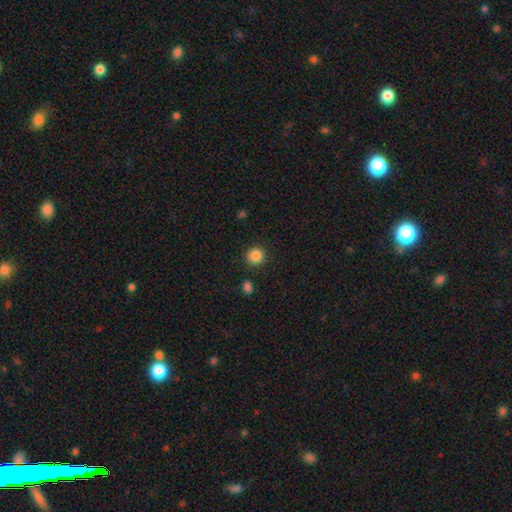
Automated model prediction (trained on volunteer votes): Smooth or featured? Predicted: smooth (p=0.86). How rounded? Predicted: round (p=0.91). Merging? Predicted: none (p=0.88).